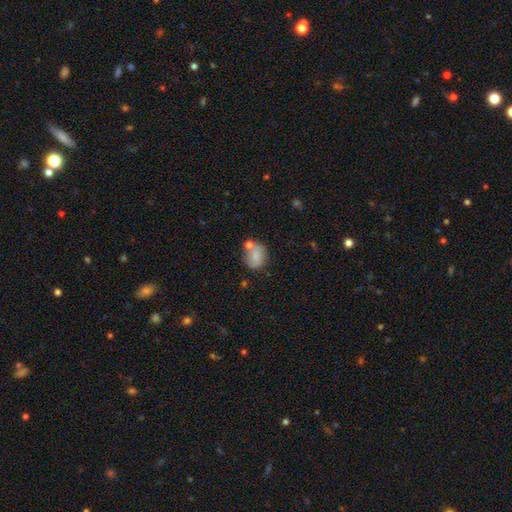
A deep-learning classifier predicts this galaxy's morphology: This appears to be a smooth galaxy with no disk features (79%) that is round (50%). Merging: none (56%).